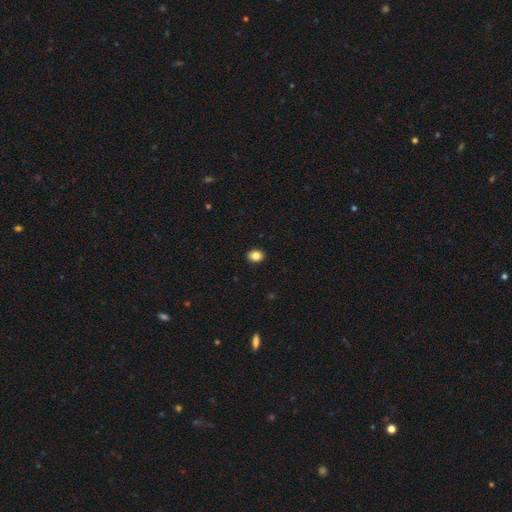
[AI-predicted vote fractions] Overall: smooth (86%). How rounded: round (51%; in between 48%). Merging: none (92%).